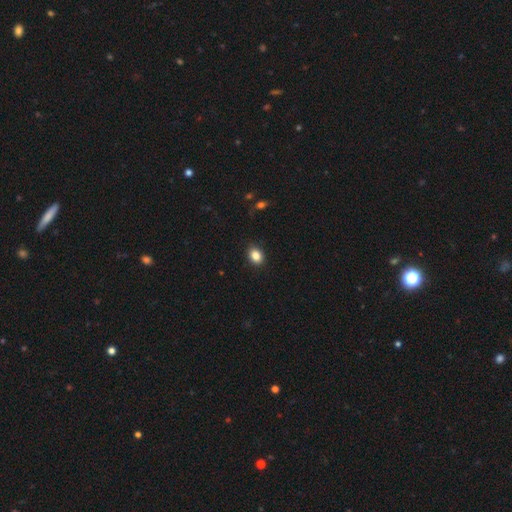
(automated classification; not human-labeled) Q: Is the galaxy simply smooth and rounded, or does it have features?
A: smooth — 86%.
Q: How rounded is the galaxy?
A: in between — 65%.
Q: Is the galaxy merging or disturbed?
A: none — 88%.